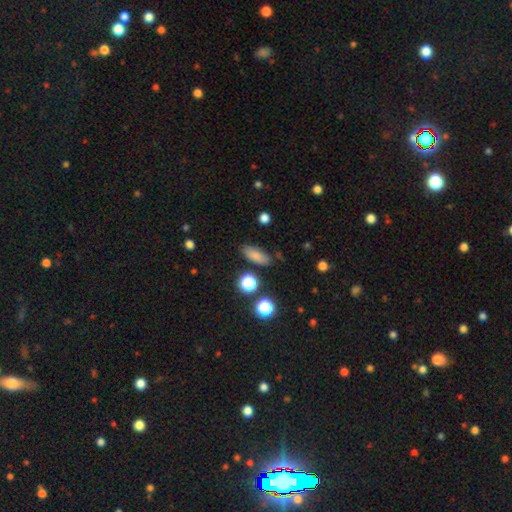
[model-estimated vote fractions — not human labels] This appears to be a smooth galaxy with no disk features (81%) that is in between round and cigar-shaped (73%). Merging: none (81%).